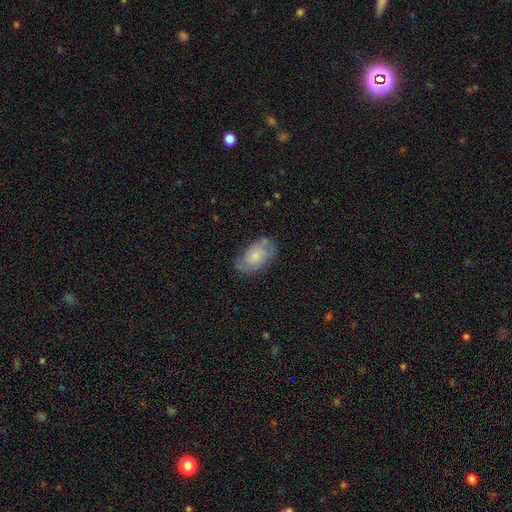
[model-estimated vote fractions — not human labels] Smooth or featured: smooth — 58% (featured or disk — 34%)
How rounded: in between — 91% (round — 7%)
Merging: none — 64% (minor disturbance — 25%)